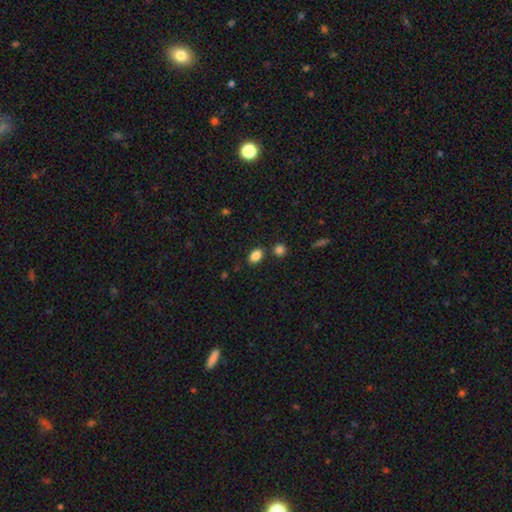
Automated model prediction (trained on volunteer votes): The model was most divided on "how rounded": in between: 79%, round: 19%, cigar-shaped: 1%. More confident: smooth or featured — smooth (86%); merging — none (77%).